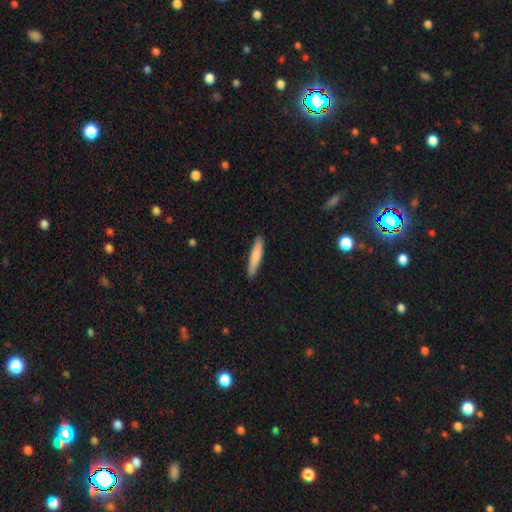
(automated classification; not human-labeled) A smooth galaxy with no disk features (79%) that is cigar-shaped (89%). Merging: none (89%).